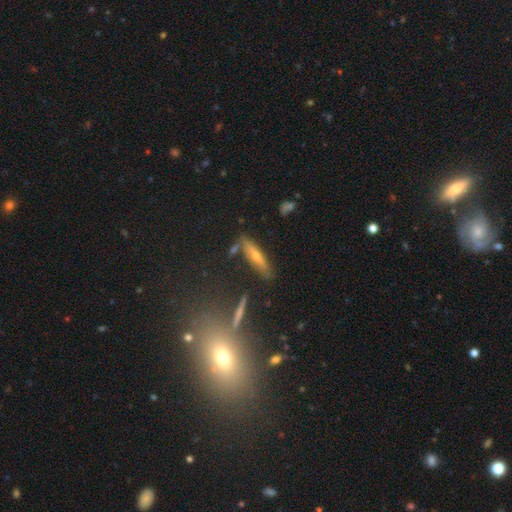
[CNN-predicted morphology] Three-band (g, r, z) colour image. It shows a featured or disk galaxy (44%). Merging: none (78%).